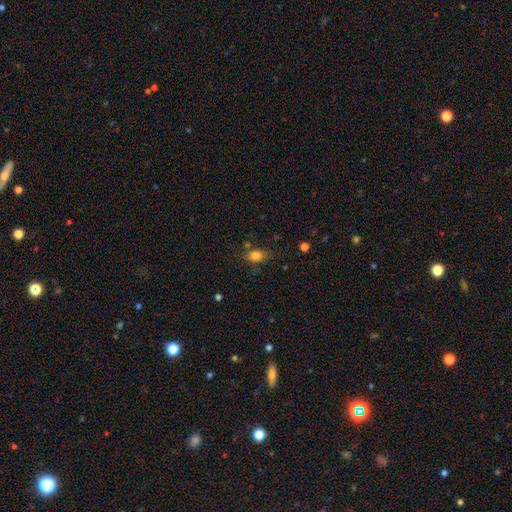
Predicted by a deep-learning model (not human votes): Overall: smooth (81%). How rounded: in between (76%). Merging: none (74%).